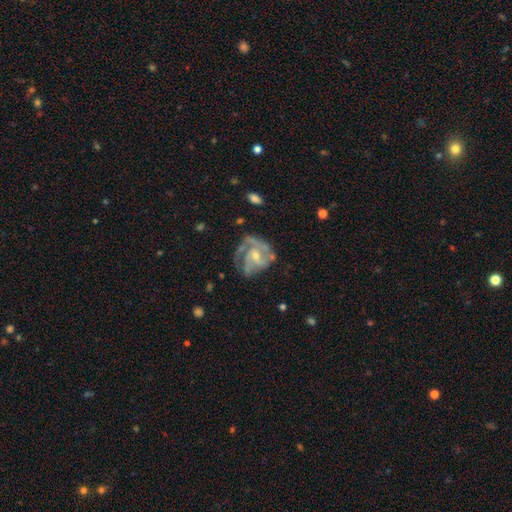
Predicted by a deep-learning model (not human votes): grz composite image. It shows a featured or disk galaxy (85%) with no bar (56%), 3 (38%) tight (46%) spiral arms (93%) and a small central bulge (59%). Merging: none (55%).